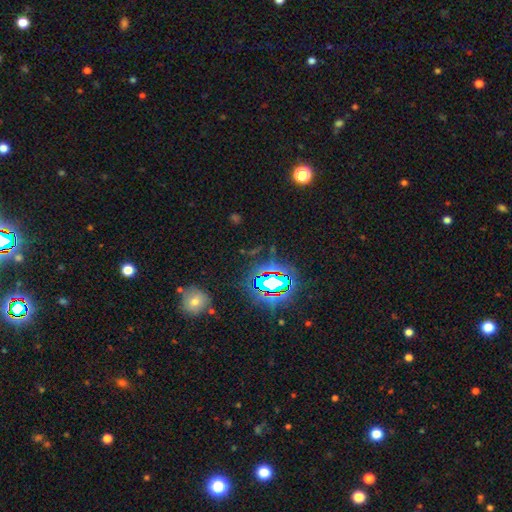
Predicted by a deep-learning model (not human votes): Smooth or featured? star or artifact (76%)